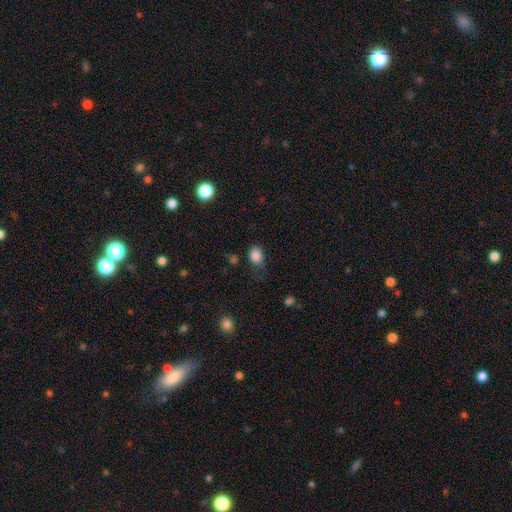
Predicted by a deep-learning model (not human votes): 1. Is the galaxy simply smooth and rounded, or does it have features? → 85% smooth, 11% star or artifact, 5% featured or disk.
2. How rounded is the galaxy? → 64% in between, 35% round, 1% cigar-shaped.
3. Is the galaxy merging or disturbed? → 64% none, 25% minor disturbance, 8% major disturbance, 2% merger.